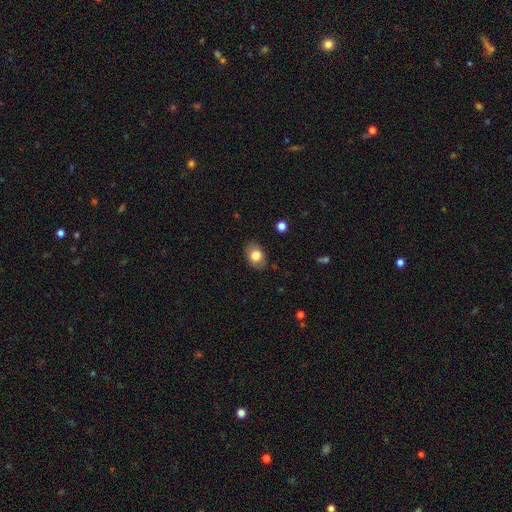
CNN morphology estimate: smooth 81%, featured or disk 11%, star or artifact 8%. Down the decision tree: how rounded — in between (73%); merging — none (82%).